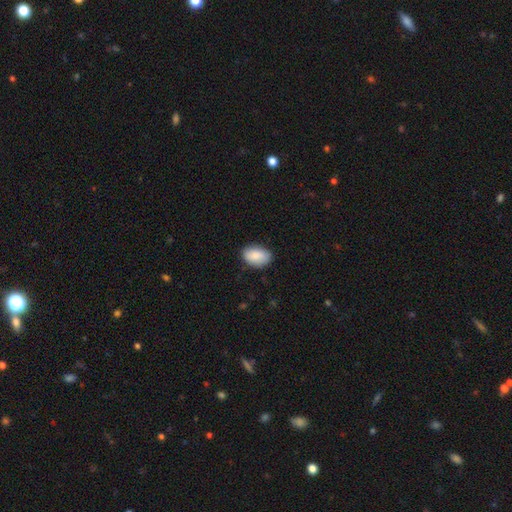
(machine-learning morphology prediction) This is clearly a smooth galaxy (87%). How rounded: clearly in between (90%). Merging: clearly none (82%).